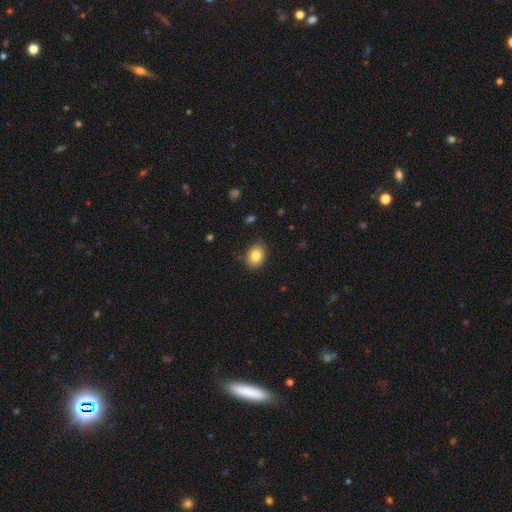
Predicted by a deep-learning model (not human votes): Smooth or featured? smooth (83%)
How rounded? in between (56%)
Merging? none (84%)